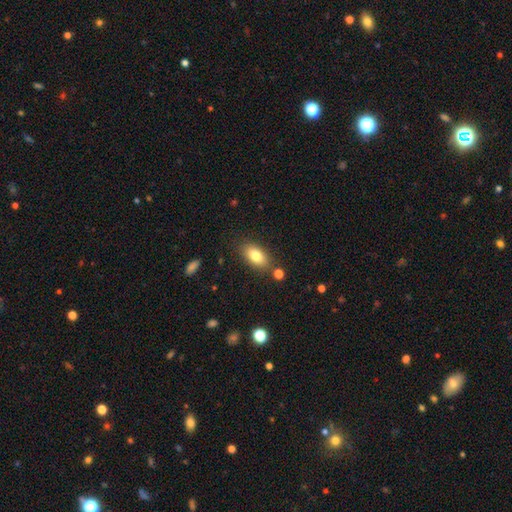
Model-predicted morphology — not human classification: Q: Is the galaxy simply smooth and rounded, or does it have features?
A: smooth — 80%.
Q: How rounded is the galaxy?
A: in between — 89%.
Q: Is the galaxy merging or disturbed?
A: none — 81%.